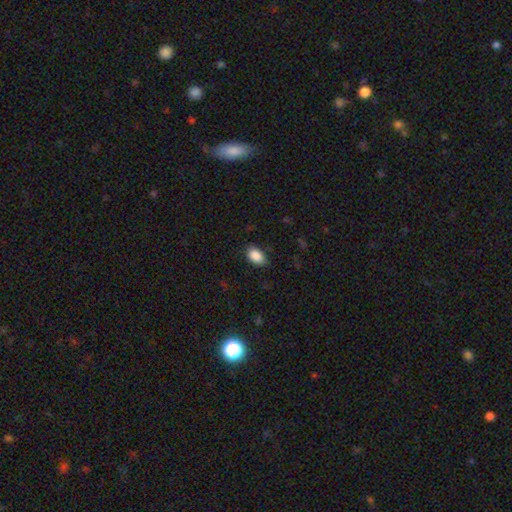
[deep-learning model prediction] This is clearly a smooth galaxy (89%). How rounded: clearly in between (89%). Merging: clearly none (81%).